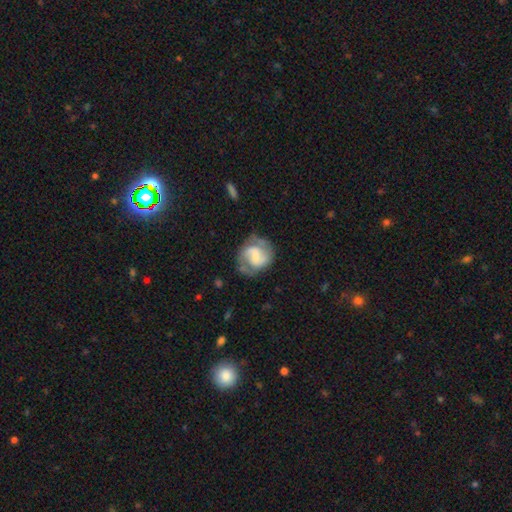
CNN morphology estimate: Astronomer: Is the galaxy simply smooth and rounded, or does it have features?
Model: featured or disk — 71%.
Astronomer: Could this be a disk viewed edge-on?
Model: no — 98%.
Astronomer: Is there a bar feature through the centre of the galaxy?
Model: weak — 46% (runner-up: no, 40%).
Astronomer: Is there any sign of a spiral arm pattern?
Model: yes — 90%.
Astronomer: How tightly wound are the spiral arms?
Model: medium — 50% (runner-up: tight, 29%).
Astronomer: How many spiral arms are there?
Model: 2 — 81%.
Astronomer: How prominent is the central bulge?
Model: small — 46% (runner-up: moderate, 29%).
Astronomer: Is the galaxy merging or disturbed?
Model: none — 63%.